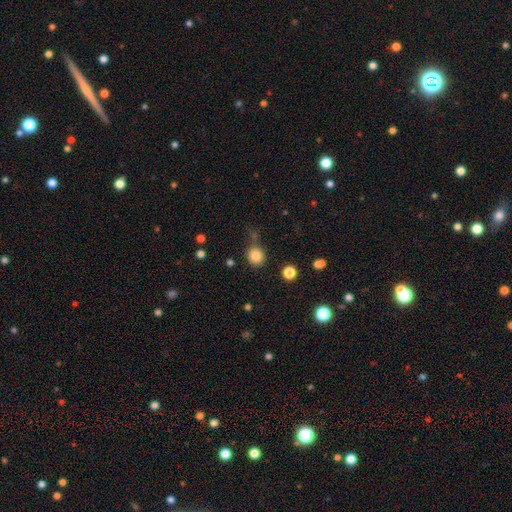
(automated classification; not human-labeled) The model was most divided on "merging": none: 76%, minor disturbance: 12%, merger: 7%, major disturbance: 4%. More confident: how rounded — round (85%); smooth or featured — smooth (83%).